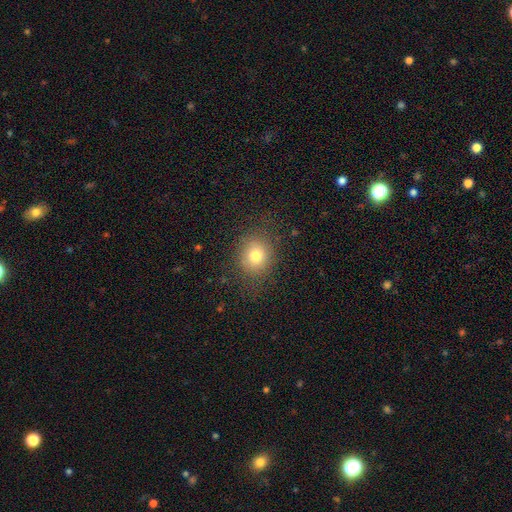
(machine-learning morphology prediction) Smooth or featured: smooth — 76% (star or artifact — 13%)
How rounded: round — 75% (in between — 24%)
Merging: none — 81% (minor disturbance — 12%)